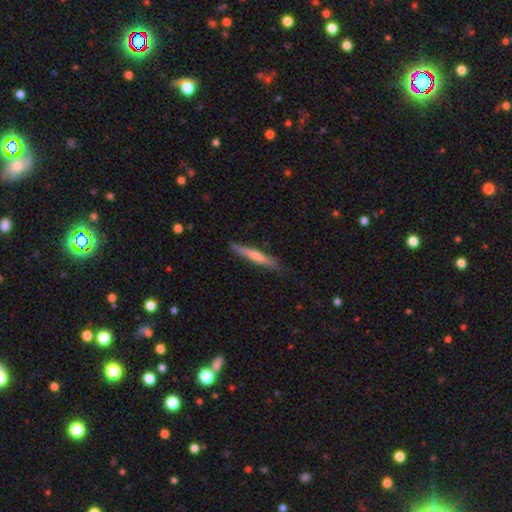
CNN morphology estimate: Smooth or featured: featured or disk — 57% (smooth — 37%)
Edge-on disk: yes — 96% (no — 4%)
Edge-on bulge: rounded — 64% (none — 29%)
Merging: none — 87% (minor disturbance — 10%)